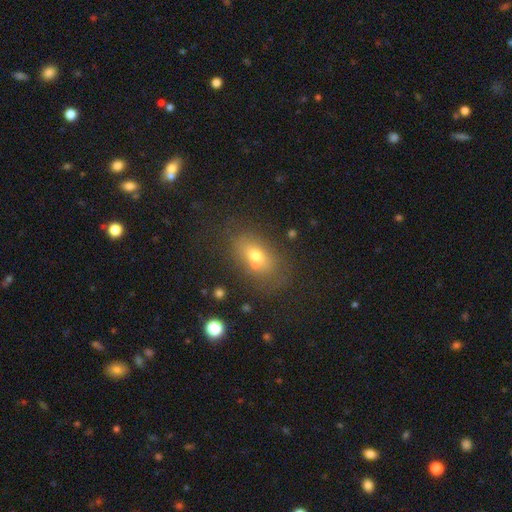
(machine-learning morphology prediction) type=smooth (63%); roundness=in between (76%); merging=none (50%).